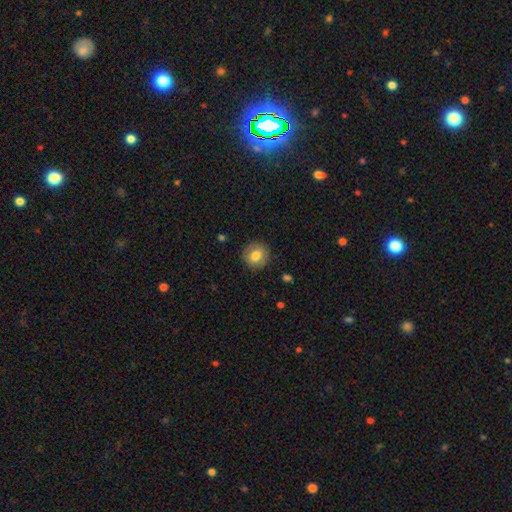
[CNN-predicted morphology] Smooth or featured: smooth — 77% (featured or disk — 15%)
How rounded: round — 90% (in between — 9%)
Merging: none — 89% (minor disturbance — 8%)